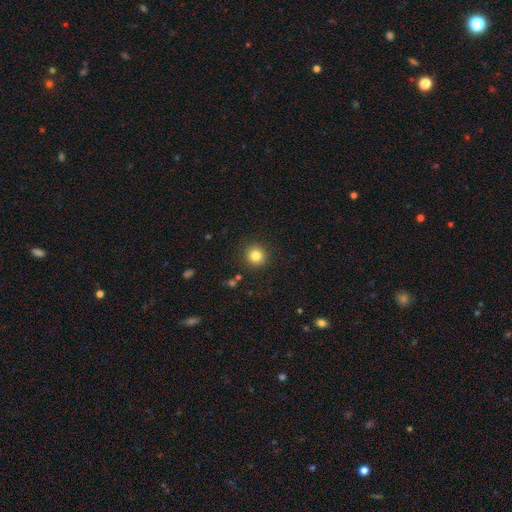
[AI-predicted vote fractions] smooth_or_featured: smooth (p=0.82) [alt: star or artifact p=0.12]
how_rounded: round (p=0.93) [alt: in between p=0.06]
merging: none (p=0.90) [alt: minor disturbance p=0.06]